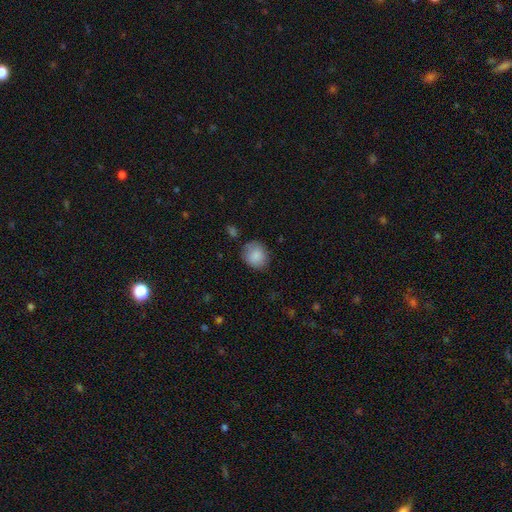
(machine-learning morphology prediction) Overall: smooth (87%). How rounded: round (75%). Merging: none (77%).